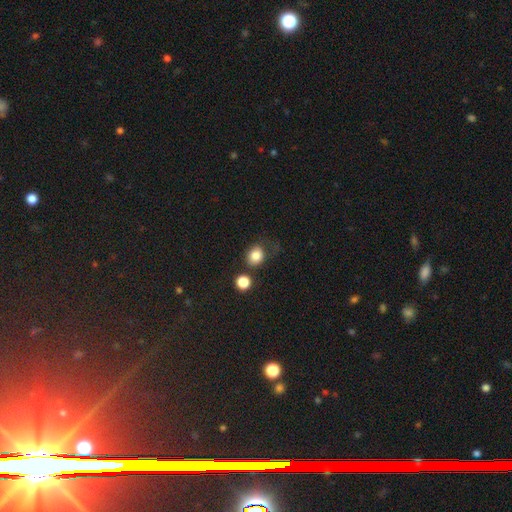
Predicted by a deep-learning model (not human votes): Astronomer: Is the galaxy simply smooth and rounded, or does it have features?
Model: smooth — 83%.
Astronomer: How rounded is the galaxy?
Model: round — 65%.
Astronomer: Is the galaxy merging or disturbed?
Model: none — 60%.